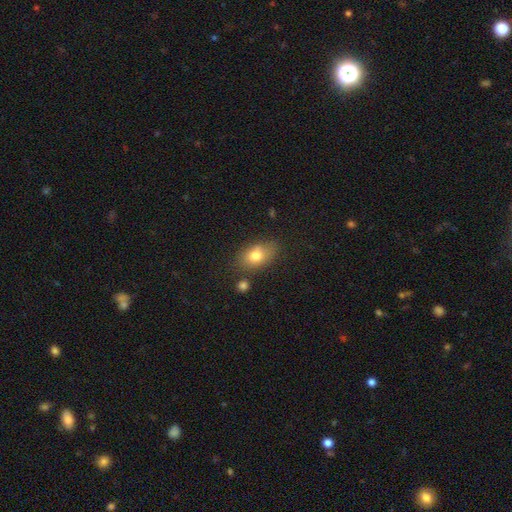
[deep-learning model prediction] smooth-or-featured: smooth: 76% | featured or disk: 15% | star or artifact: 9%
  how-rounded: in between: 83% | round: 14% | cigar-shaped: 3%
  merging: none: 69% | minor disturbance: 18% | merger: 8% | major disturbance: 5%